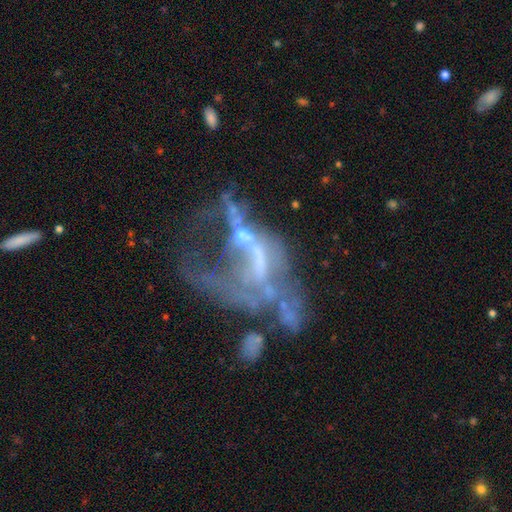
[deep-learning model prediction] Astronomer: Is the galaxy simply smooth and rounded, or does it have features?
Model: featured or disk — 69%.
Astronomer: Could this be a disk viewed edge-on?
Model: no — 94%.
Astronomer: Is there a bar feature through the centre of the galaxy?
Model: no — 63%.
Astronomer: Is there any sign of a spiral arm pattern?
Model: no — 73%.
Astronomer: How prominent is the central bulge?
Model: none — 47% (runner-up: small, 28%).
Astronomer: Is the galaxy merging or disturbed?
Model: major disturbance — 42% (runner-up: merger, 31%).